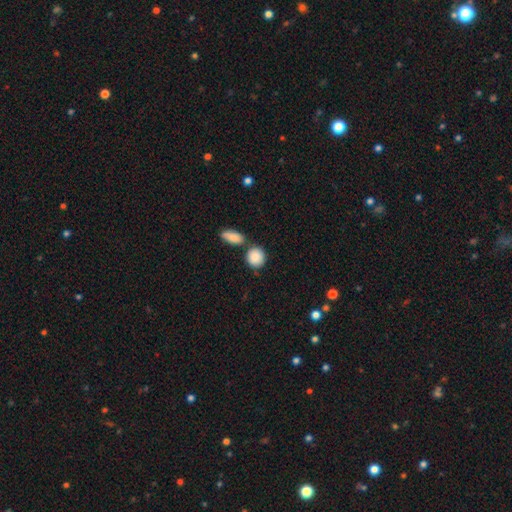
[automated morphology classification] This appears to be a smooth galaxy with no disk features (89%) that is round (75%). Merging: none (69%).